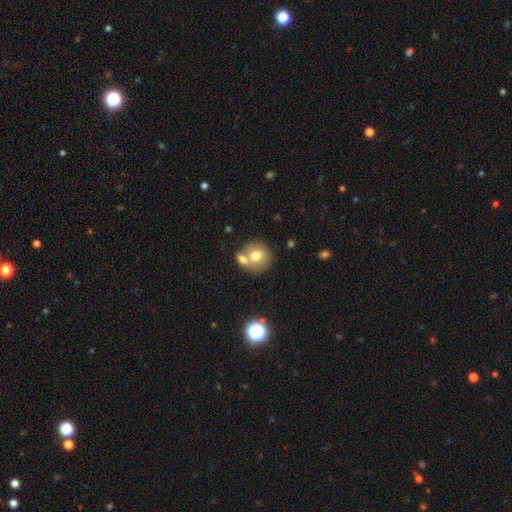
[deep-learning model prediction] smooth_or_featured: smooth (p=0.72) [alt: featured or disk p=0.18]
how_rounded: round (p=0.85) [alt: in between p=0.14]
merging: none (p=0.49) [alt: merger p=0.38]